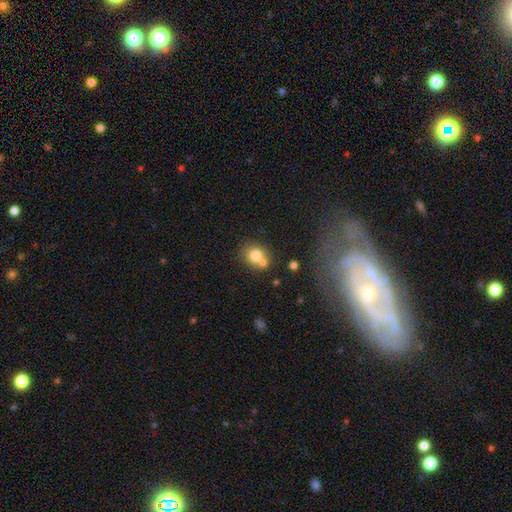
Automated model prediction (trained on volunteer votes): smooth_or_featured: smooth (p=0.76) [alt: featured or disk p=0.13]
how_rounded: round (p=0.76) [alt: in between p=0.23]
merging: none (p=0.53) [alt: merger p=0.32]